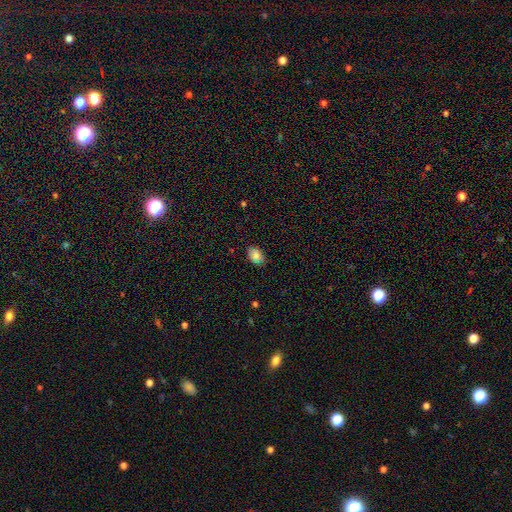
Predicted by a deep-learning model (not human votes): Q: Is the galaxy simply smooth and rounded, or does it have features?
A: smooth — 86%.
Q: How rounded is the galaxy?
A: in between — 80%.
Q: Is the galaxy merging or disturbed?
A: none — 81%.